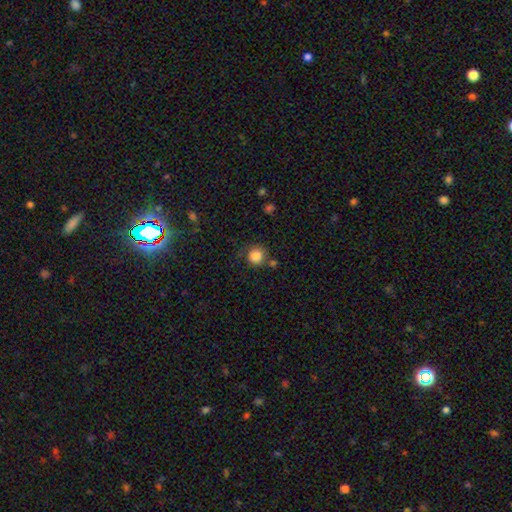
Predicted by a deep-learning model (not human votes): Q: Smooth or featured?
A: smooth (84%); runner-up: star or artifact (10%)
Q: How rounded?
A: round (90%); runner-up: in between (9%)
Q: Merging?
A: none (75%); runner-up: minor disturbance (13%)